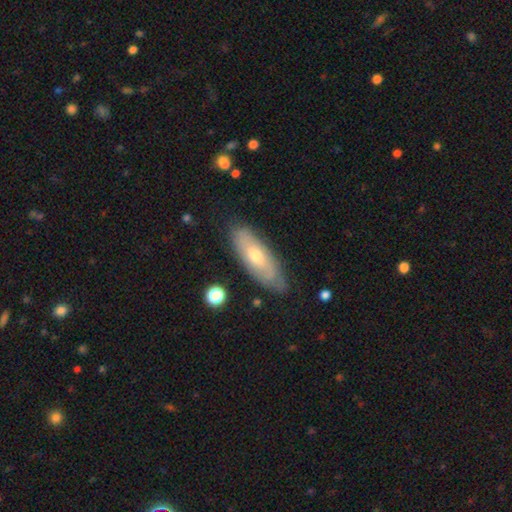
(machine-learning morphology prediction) A featured or disk galaxy (47%). Merging: none (80%).